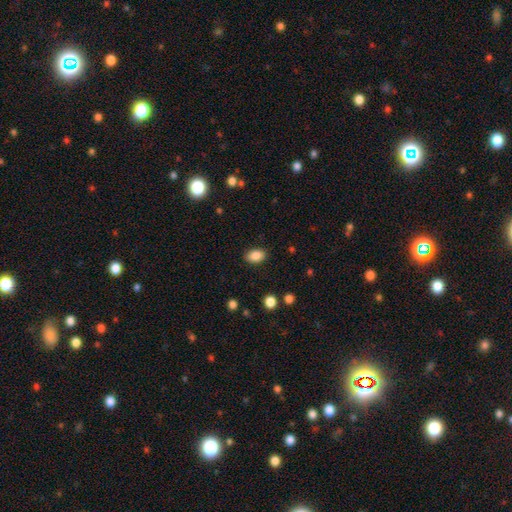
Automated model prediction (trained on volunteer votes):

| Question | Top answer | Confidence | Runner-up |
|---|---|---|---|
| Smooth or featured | smooth | 87% | star or artifact (9%) |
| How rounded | in between | 88% | round (11%) |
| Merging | none | 87% | minor disturbance (9%) |